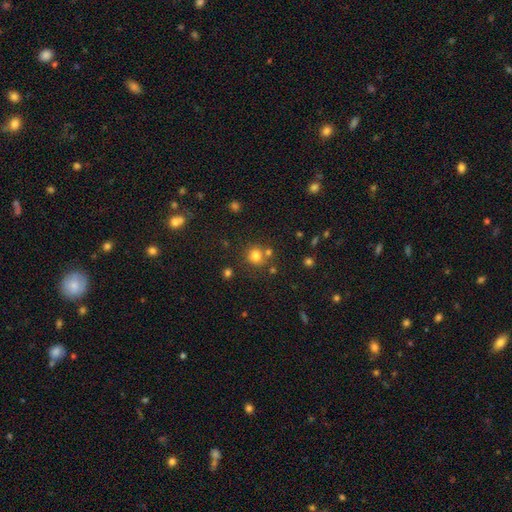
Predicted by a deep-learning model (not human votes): Smooth or featured: smooth — 78% (star or artifact — 15%)
How rounded: round — 88% (in between — 11%)
Merging: none — 70% (merger — 16%)